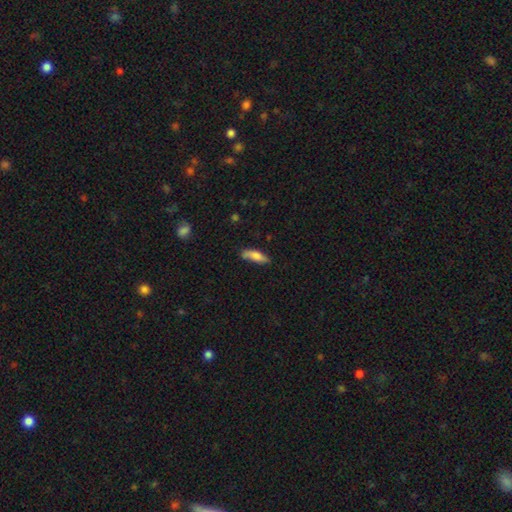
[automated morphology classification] Smooth or featured? Predicted: smooth (p=0.75). How rounded? Predicted: in between (p=0.53). Merging? Predicted: none (p=0.66).